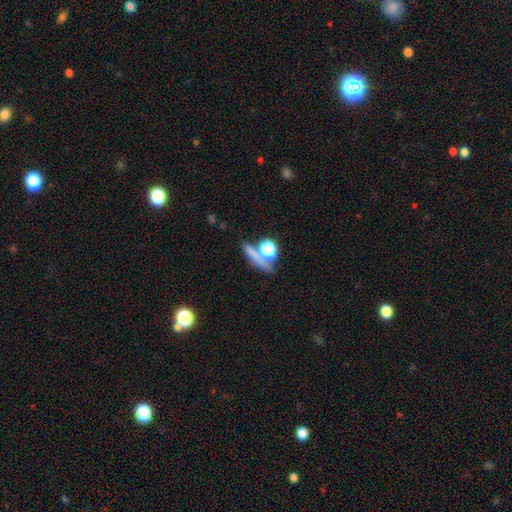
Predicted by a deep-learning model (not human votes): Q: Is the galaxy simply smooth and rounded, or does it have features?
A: smooth — 63%.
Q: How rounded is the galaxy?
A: round — 40%.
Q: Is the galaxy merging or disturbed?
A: none — 63%.